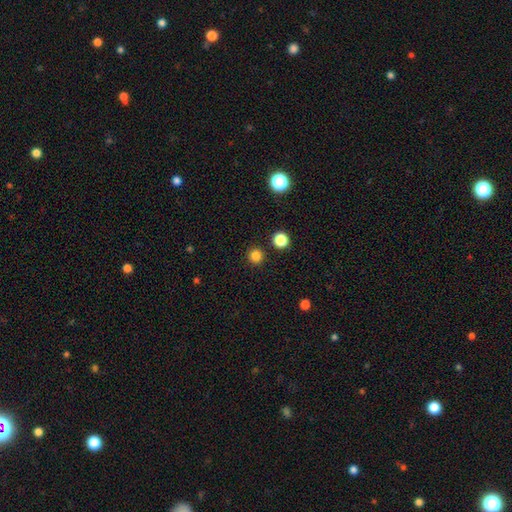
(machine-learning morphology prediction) Q: Smooth or featured?
A: smooth (83%); runner-up: star or artifact (14%)
Q: How rounded?
A: round (95%); runner-up: in between (4%)
Q: Merging?
A: none (92%); runner-up: minor disturbance (4%)